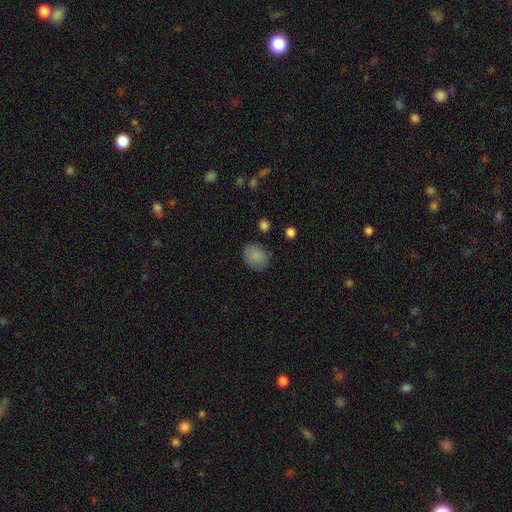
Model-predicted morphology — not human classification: Smooth or featured?
  - smooth: 85% *
  - star or artifact: 9%
  - featured or disk: 6%
How rounded?
  - round: 58% *
  - in between: 41%
  - cigar-shaped: 1%
Merging?
  - none: 79% *
  - minor disturbance: 15%
  - major disturbance: 4%
  - merger: 2%